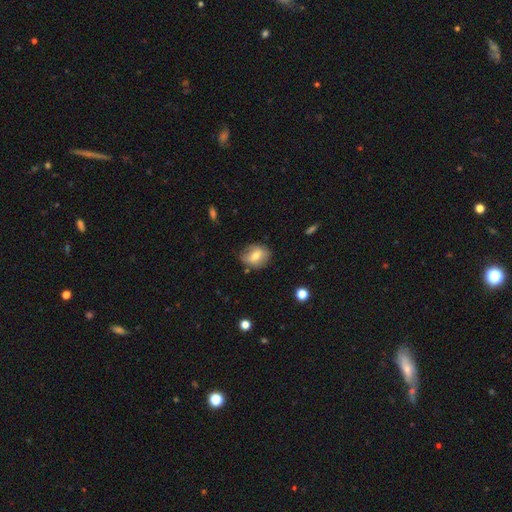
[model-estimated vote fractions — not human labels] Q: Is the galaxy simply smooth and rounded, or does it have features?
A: smooth — 63%.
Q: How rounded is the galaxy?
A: round — 56%.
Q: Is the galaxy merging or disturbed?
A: none — 71%.